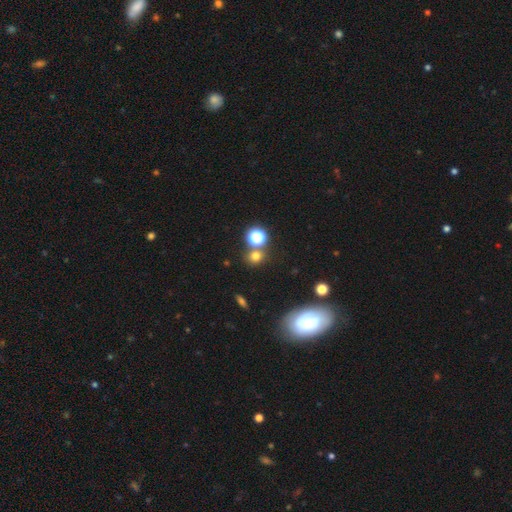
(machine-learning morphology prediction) Smooth or featured? smooth (67%)
How rounded? round (81%)
Merging? none (71%)